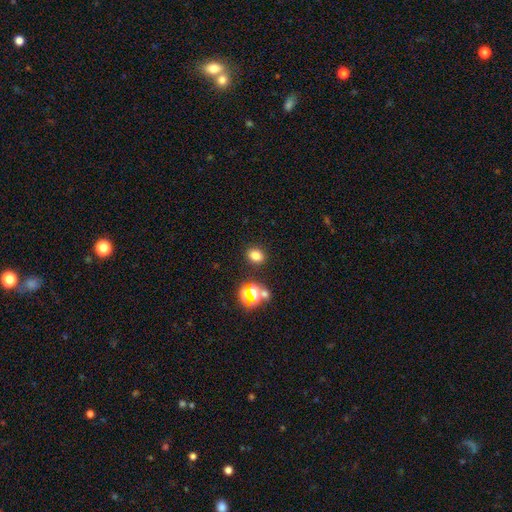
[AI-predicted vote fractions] A smooth galaxy with no disk features (72%) that is round (49%, tied with in between).

Vote fractions:
- Smooth or featured? smooth: 72% / star or artifact: 21% / featured or disk: 7%
- How rounded? round: 49% (tied) / in between: 49% (tied) / cigar-shaped: 1%
- Merging? none: 84% / minor disturbance: 8% / merger: 4% / major disturbance: 3%